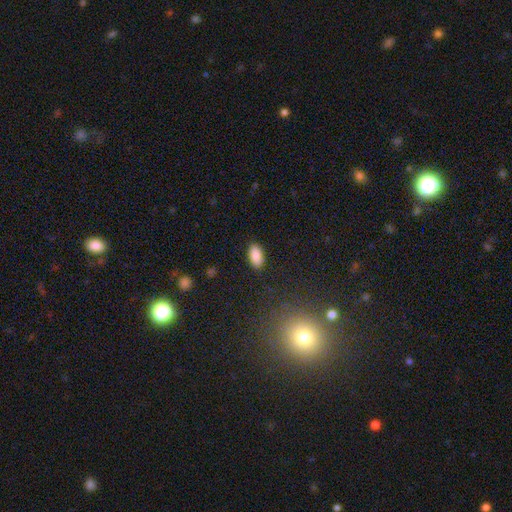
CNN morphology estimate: Smooth or featured: smooth — 88% (star or artifact — 8%)
How rounded: in between — 94% (round — 3%)
Merging: none — 88% (minor disturbance — 9%)